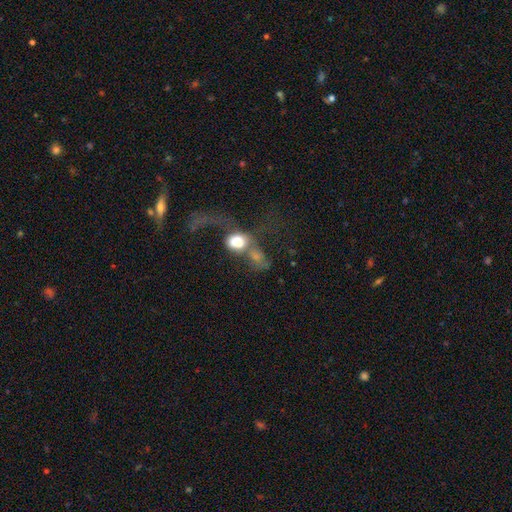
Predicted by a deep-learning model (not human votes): Morphology: type=smooth (57%); roundness=in between (49%); merging=merger (48%).